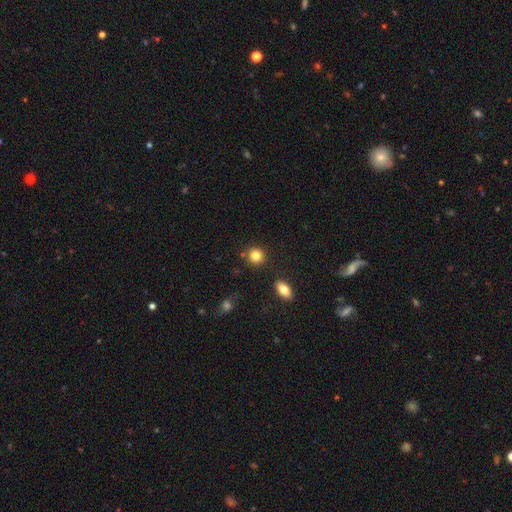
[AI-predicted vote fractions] Overall: smooth (83%). How rounded: round (87%). Merging: none (84%).